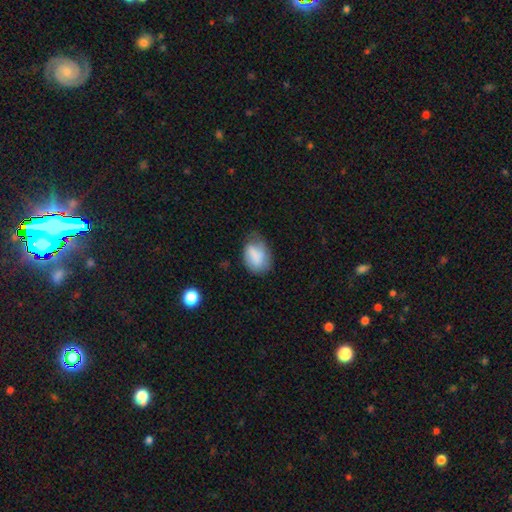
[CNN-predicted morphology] Smooth or featured?
  - smooth: 77% *
  - featured or disk: 16%
  - star or artifact: 7%
How rounded?
  - in between: 78% *
  - round: 21%
  - cigar-shaped: 1%
Merging?
  - none: 47% *
  - minor disturbance: 36%
  - major disturbance: 15%
  - merger: 2%